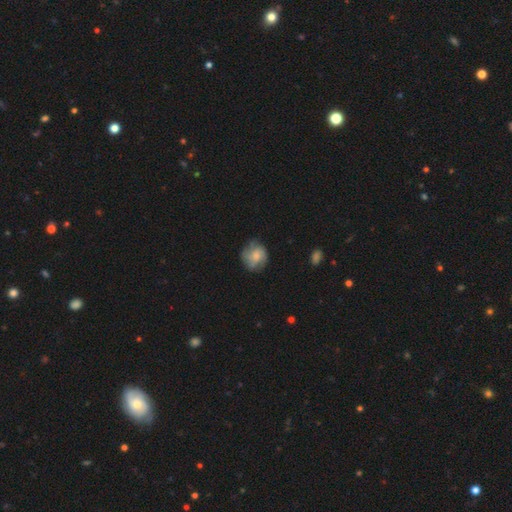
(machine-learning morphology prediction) This appears to be a featured or disk galaxy (47%). Merging: none (71%).